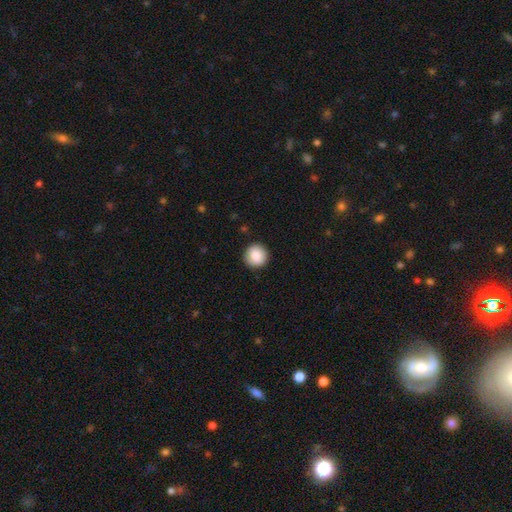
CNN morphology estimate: This appears to be a smooth galaxy with no disk features (86%) that is round (95%). Merging: none (92%).